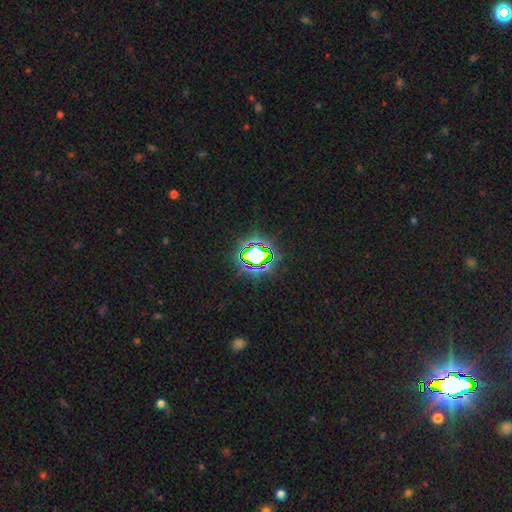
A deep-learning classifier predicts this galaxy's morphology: Smooth or featured: star or artifact — 70% (smooth — 18%)